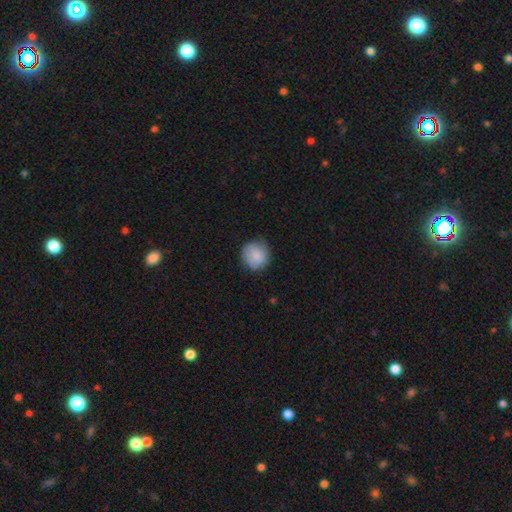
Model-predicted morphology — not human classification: This appears to be a smooth galaxy with no disk features (84%) that is round (90%). Merging: none (78%).